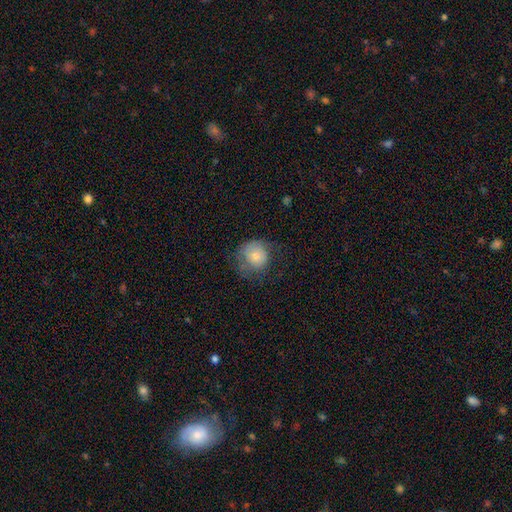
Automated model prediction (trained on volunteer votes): Smooth or featured?
  - smooth: 72% *
  - featured or disk: 20%
  - star or artifact: 9%
How rounded?
  - round: 81% *
  - in between: 18%
  - cigar-shaped: 1%
Merging?
  - none: 49% *
  - minor disturbance: 28%
  - major disturbance: 22%
  - merger: 2%